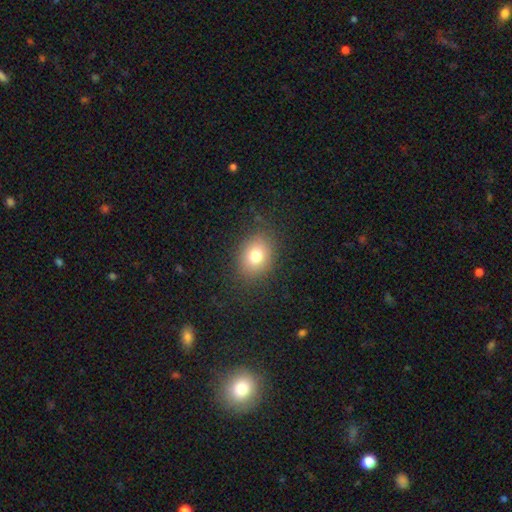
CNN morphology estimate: Smooth or featured?
  - smooth: 77% *
  - star or artifact: 12%
  - featured or disk: 11%
How rounded?
  - in between: 53% *
  - round: 46%
  - cigar-shaped: 1%
Merging?
  - none: 84% *
  - minor disturbance: 11%
  - major disturbance: 4%
  - merger: 1%